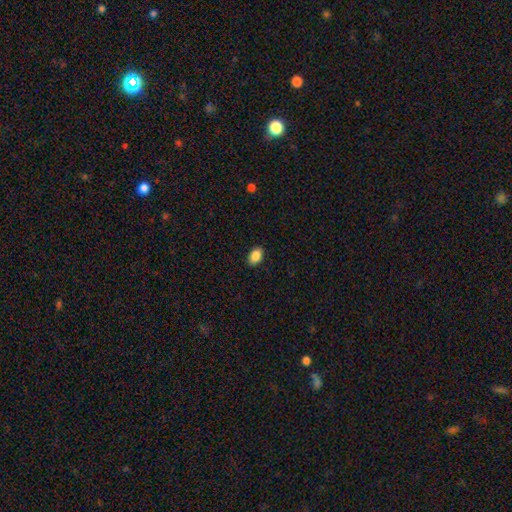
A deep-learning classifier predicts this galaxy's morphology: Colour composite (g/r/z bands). It shows a smooth galaxy with no disk features (88%) that is in between round and cigar-shaped (88%). Merging: none (89%).